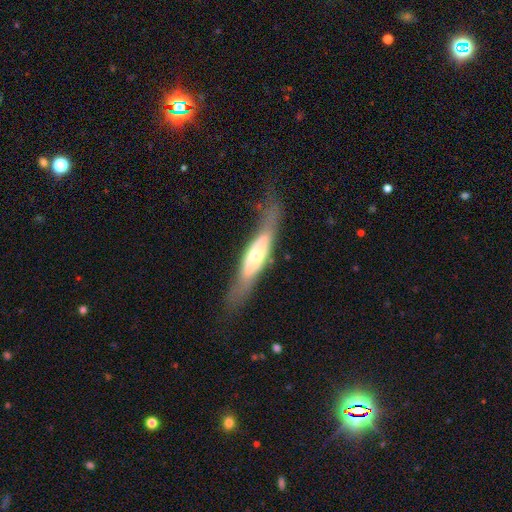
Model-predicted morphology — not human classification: smooth-or-featured: featured or disk: 59% | smooth: 34% | star or artifact: 7%
  disk-edge-on: yes: 66% | no: 34%
  merging: none: 59% | minor disturbance: 22% | major disturbance: 17% | merger: 3%